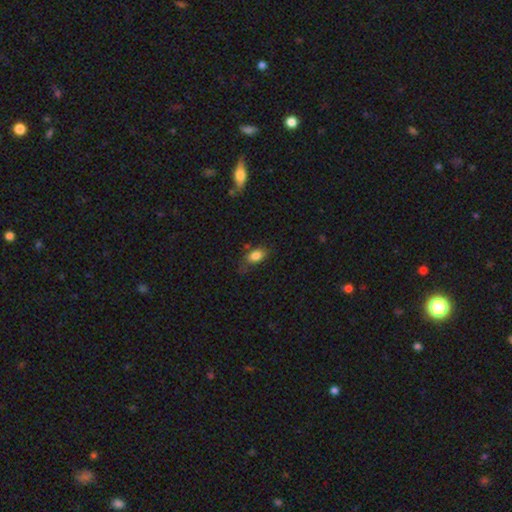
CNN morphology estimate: smooth 83%, star or artifact 9%, featured or disk 8%. Down the decision tree: how rounded — in between (84%); merging — none (56%).